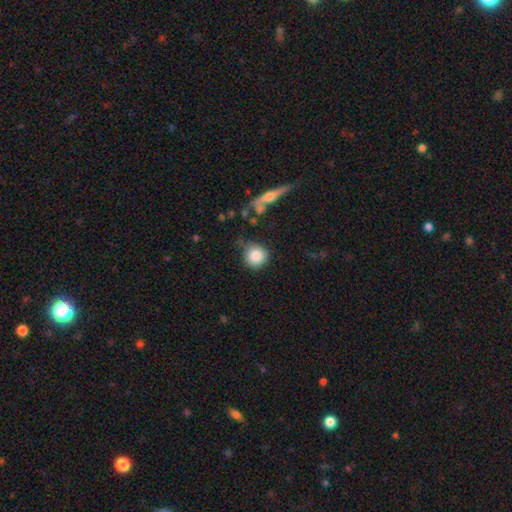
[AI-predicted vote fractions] Smooth or featured: smooth — 85% (star or artifact — 8%)
How rounded: round — 90% (in between — 8%)
Merging: none — 68% (minor disturbance — 20%)